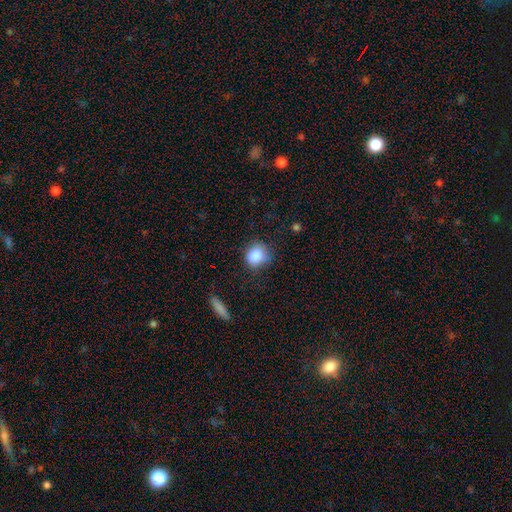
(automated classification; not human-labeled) A smooth galaxy with no disk features (84%) that is round (70%).

Vote fractions:
- Smooth or featured? smooth: 84% / star or artifact: 9% / featured or disk: 7%
- How rounded? round: 70% / in between: 29% / cigar-shaped: 1%
- Merging? none: 68% / minor disturbance: 23% / major disturbance: 6% / merger: 2%